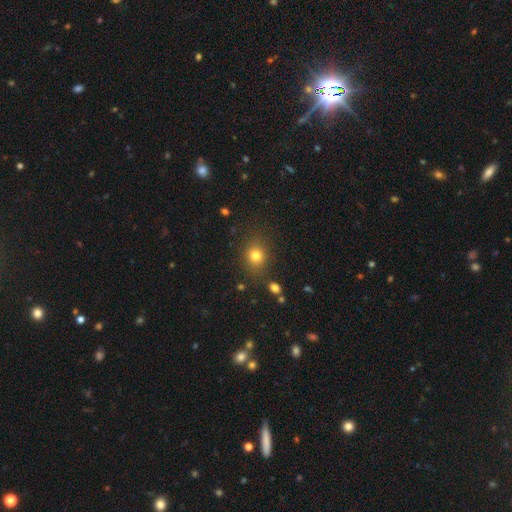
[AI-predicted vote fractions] A smooth galaxy with no disk features (78%) that is round (68%).

Vote fractions:
- Smooth or featured? smooth: 78% / star or artifact: 14% / featured or disk: 8%
- How rounded? round: 68% / in between: 31% / cigar-shaped: 1%
- Merging? none: 81% / minor disturbance: 12% / major disturbance: 4% / merger: 3%